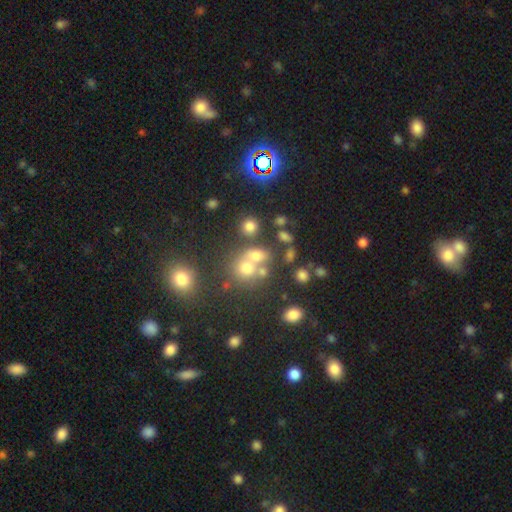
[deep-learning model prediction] smooth_or_featured: smooth (p=0.62) [alt: star or artifact p=0.22]
how_rounded: round (p=0.61) [alt: in between p=0.37]
merging: none (p=0.42) [alt: merger p=0.41]